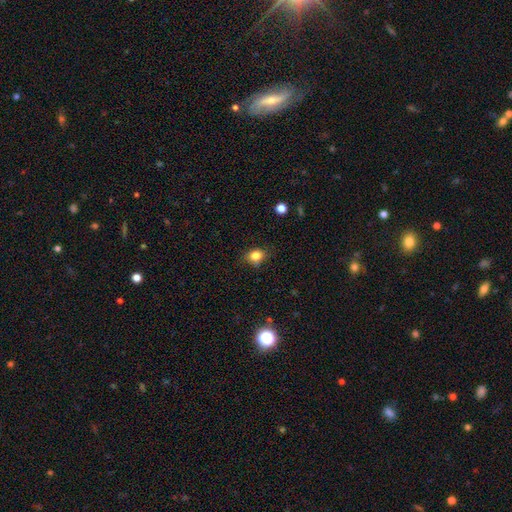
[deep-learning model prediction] This appears to be a smooth galaxy with no disk features (82%) that is in between round and cigar-shaped (52%). Merging: none (74%).